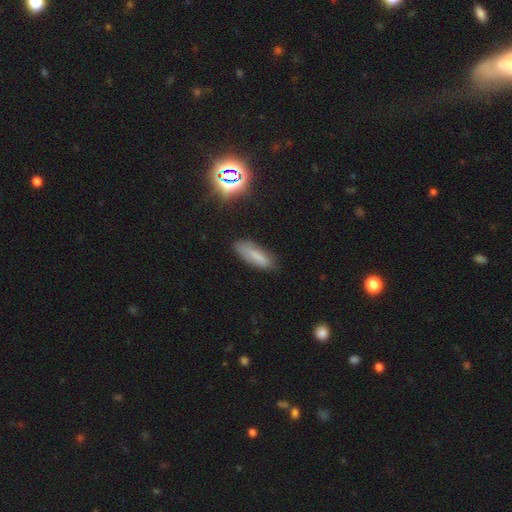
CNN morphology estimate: A smooth galaxy with no disk features (72%) that is in between round and cigar-shaped (56%). Merging: none (76%).